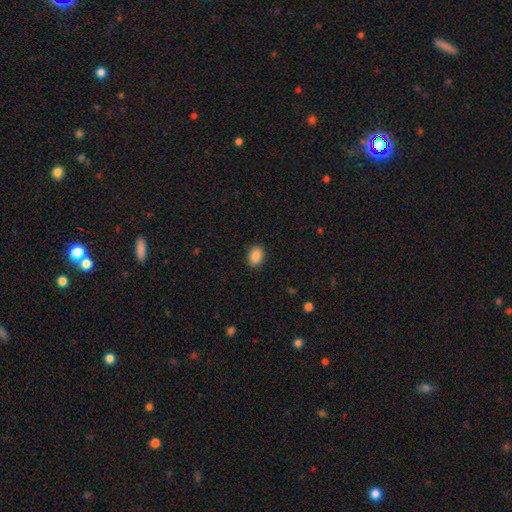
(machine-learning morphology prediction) Overall: smooth (89%). How rounded: in between (68%; round 31%). Merging: none (89%).